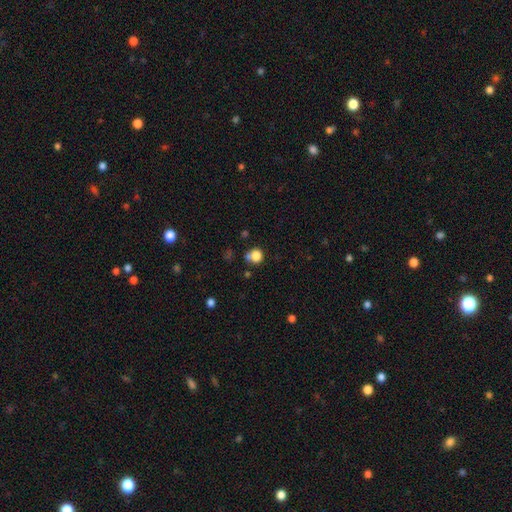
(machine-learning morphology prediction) Smooth or featured?
  - smooth: 82% *
  - star or artifact: 12%
  - featured or disk: 6%
How rounded?
  - round: 82% *
  - in between: 17%
  - cigar-shaped: 1%
Merging?
  - none: 57% *
  - merger: 19%
  - minor disturbance: 17%
  - major disturbance: 7%